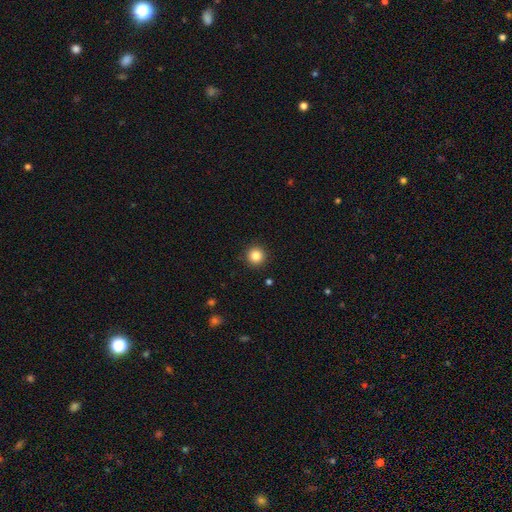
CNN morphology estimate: smooth-or-featured: smooth: 85% | star or artifact: 11% | featured or disk: 5%
  how-rounded: round: 95% | in between: 4% | cigar-shaped: 1%
  merging: none: 92% | minor disturbance: 5% | major disturbance: 2% | merger: 1%